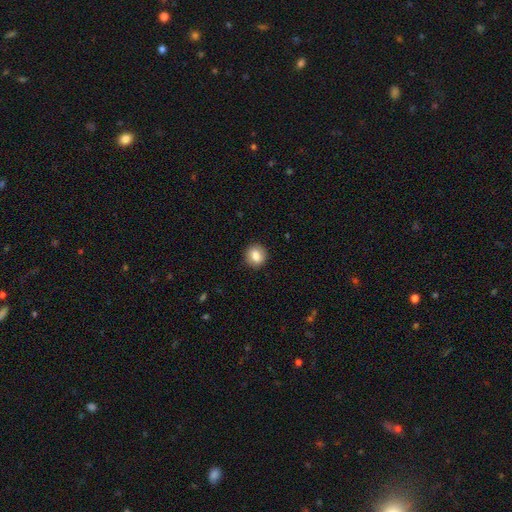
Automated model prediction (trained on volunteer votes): A smooth galaxy with no disk features (83%) that is round (82%). Merging: none (90%).